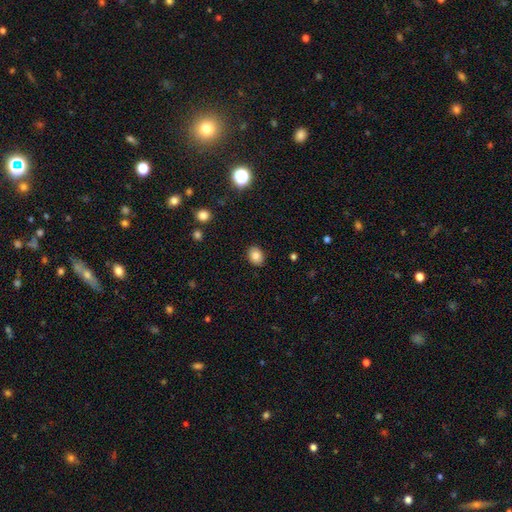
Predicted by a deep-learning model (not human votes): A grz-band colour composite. It shows a smooth galaxy with no disk features (84%) that is in between round and cigar-shaped (61%). Merging: none (89%).